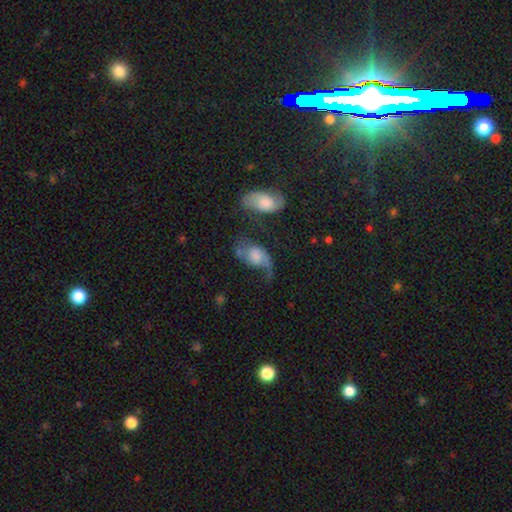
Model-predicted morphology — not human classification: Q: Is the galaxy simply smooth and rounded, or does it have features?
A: featured or disk — 59%.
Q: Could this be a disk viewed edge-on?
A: no — 96%.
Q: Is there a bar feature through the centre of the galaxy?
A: no — 65%.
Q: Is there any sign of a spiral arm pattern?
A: yes — 85%.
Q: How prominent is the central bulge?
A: moderate — 32%.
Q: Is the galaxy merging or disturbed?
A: major disturbance — 33%.